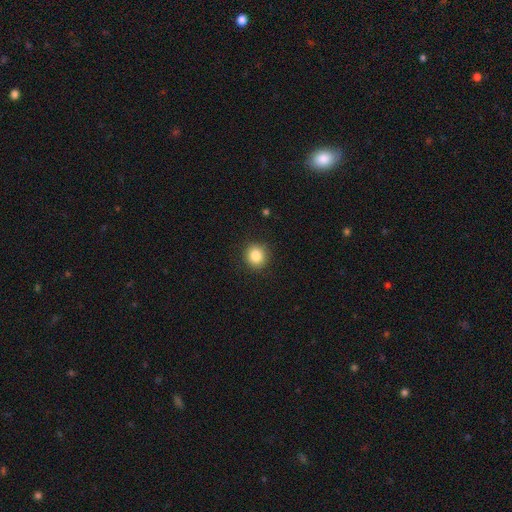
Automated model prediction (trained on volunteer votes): A smooth galaxy with no disk features (84%) that is round (90%). Merging: none (90%).